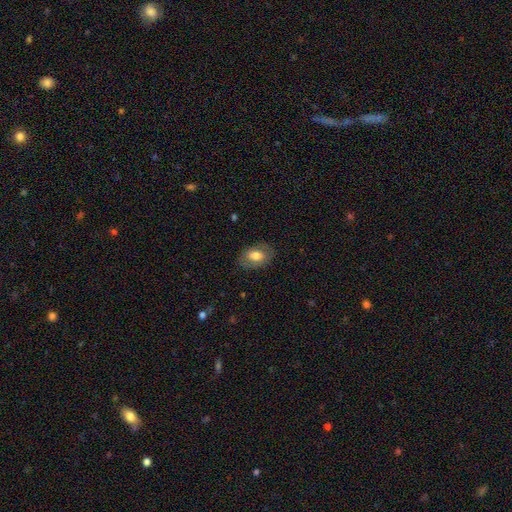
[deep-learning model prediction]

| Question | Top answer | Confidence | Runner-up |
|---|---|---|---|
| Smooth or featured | smooth | 69% | featured or disk (24%) |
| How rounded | in between | 84% | round (15%) |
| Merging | none | 80% | minor disturbance (14%) |